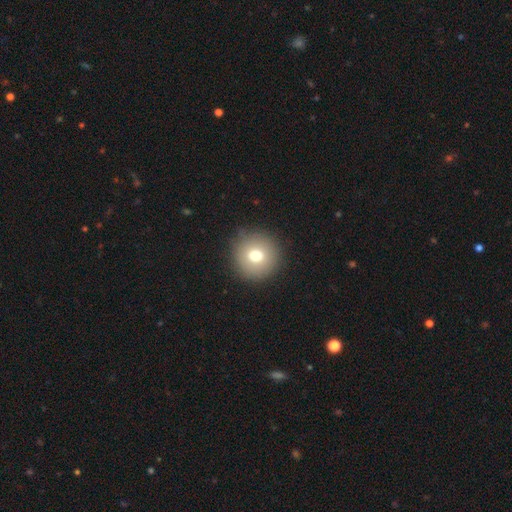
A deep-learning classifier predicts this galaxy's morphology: The model was most divided on "smooth or featured": smooth: 74%, featured or disk: 14%, star or artifact: 12%. More confident: how rounded — round (95%); merging — none (90%).